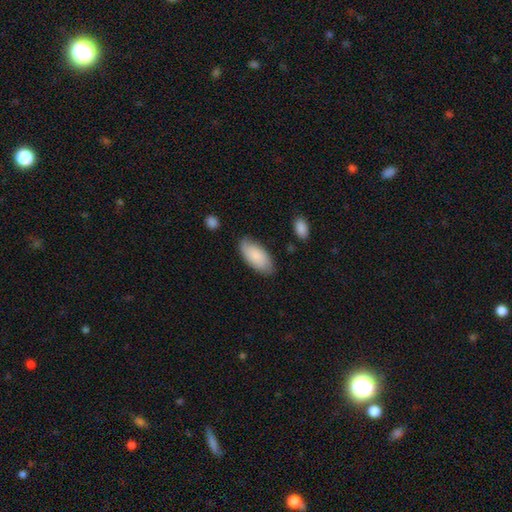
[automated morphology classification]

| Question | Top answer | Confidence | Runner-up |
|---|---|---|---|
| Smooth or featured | smooth | 82% | featured or disk (12%) |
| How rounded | in between | 93% | cigar-shaped (5%) |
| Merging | none | 81% | minor disturbance (15%) |